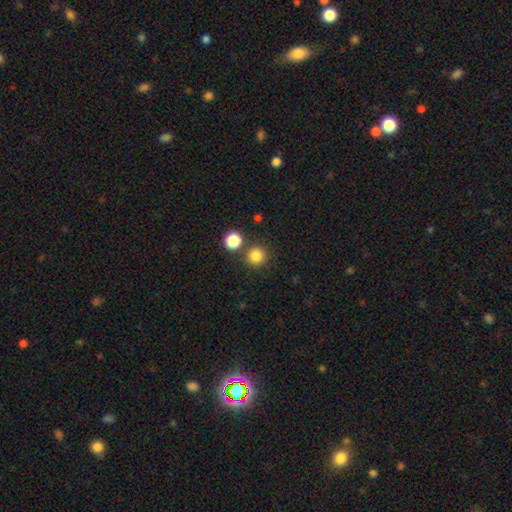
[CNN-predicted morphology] A smooth galaxy with no disk features (83%) that is round (95%). Merging: none (84%).